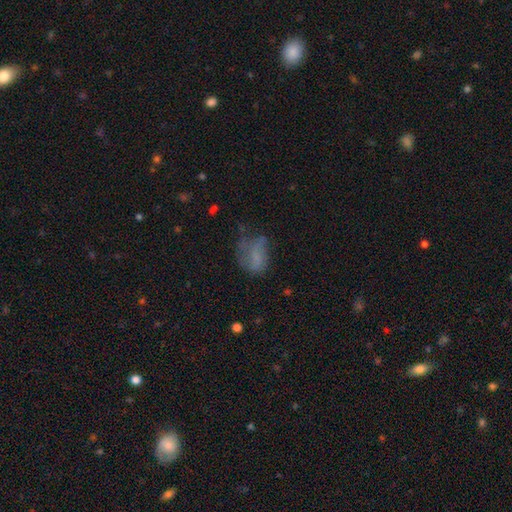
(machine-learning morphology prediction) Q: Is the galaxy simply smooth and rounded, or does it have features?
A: smooth — 55%.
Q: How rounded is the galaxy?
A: in between — 77%.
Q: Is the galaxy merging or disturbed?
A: major disturbance — 35%.